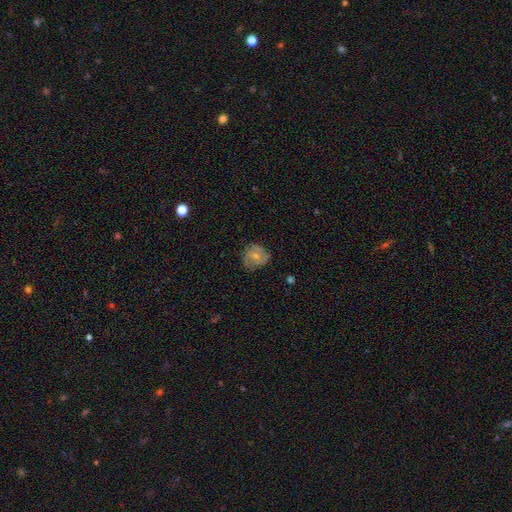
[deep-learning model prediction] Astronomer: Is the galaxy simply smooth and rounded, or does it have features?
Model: smooth — 51% (runner-up: featured or disk, 41%).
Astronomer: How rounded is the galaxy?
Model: round — 73%.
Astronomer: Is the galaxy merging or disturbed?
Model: none — 65%.